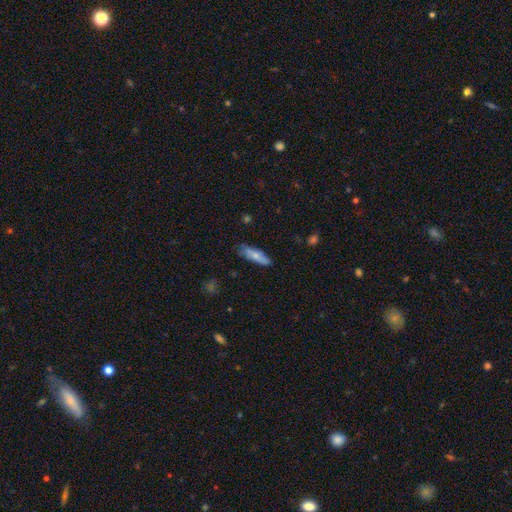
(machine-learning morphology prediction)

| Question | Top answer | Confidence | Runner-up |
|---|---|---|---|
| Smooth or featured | smooth | 71% | featured or disk (23%) |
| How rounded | cigar-shaped | 56% | in between (42%) |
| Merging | none | 77% | minor disturbance (18%) |